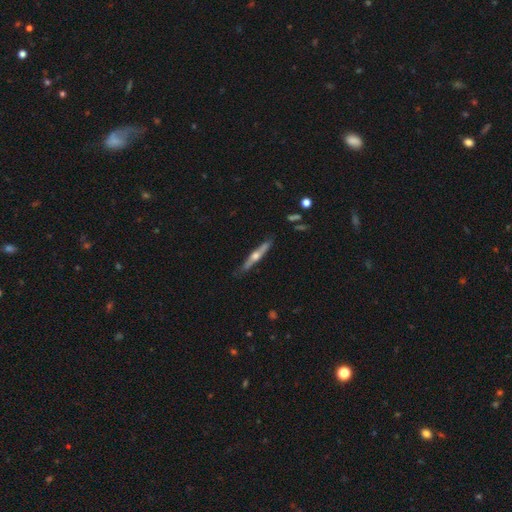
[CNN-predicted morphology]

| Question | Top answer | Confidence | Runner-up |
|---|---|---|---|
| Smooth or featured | featured or disk | 64% | smooth (31%) |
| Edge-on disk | yes | 95% | no (5%) |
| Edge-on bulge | rounded | 91% | none (6%) |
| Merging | none | 84% | minor disturbance (12%) |